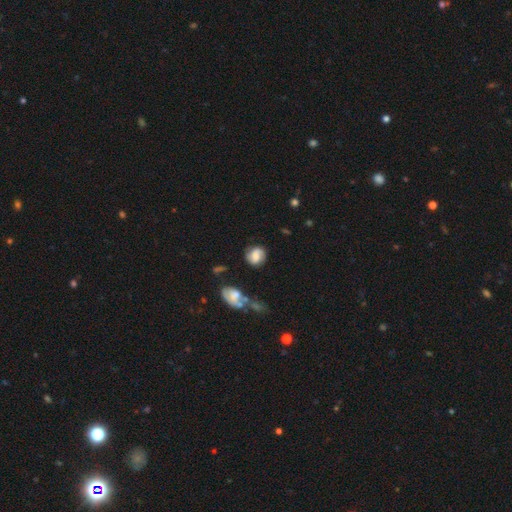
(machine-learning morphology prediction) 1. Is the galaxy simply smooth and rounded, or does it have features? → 57% featured or disk, 35% smooth, 8% star or artifact.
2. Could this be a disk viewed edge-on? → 97% no, 3% yes.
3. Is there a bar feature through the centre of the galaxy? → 46% weak, 39% no, 14% strong.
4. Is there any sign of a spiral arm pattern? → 90% yes, 10% no.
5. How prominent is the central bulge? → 42% moderate, 25% small, 18% none, 13% large, 2% dominant.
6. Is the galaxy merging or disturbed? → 73% none, 17% minor disturbance, 6% major disturbance, 4% merger.